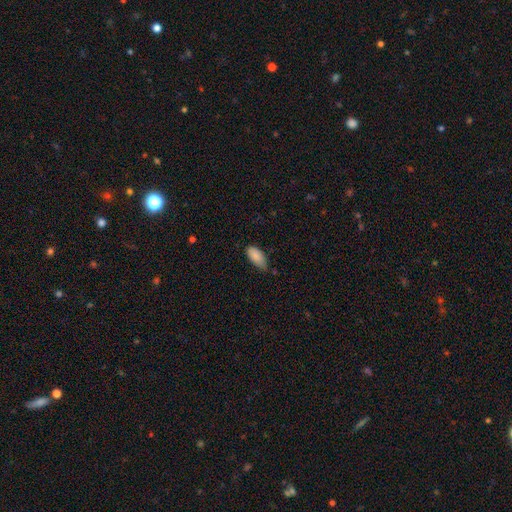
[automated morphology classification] Smooth or featured: smooth — 87% (star or artifact — 7%)
How rounded: in between — 92% (cigar-shaped — 6%)
Merging: none — 54% (minor disturbance — 38%)